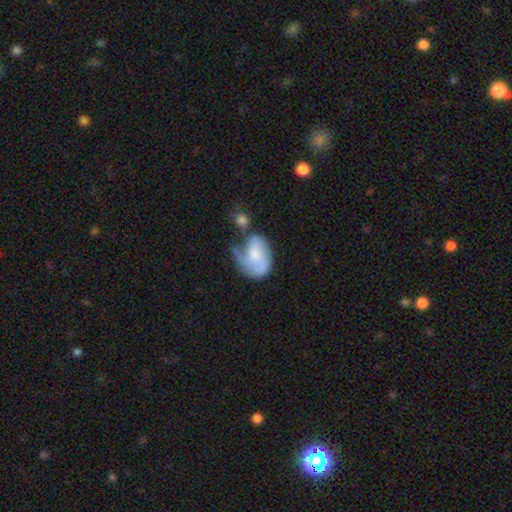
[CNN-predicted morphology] type=featured or disk (48%); merging=major disturbance (33%).